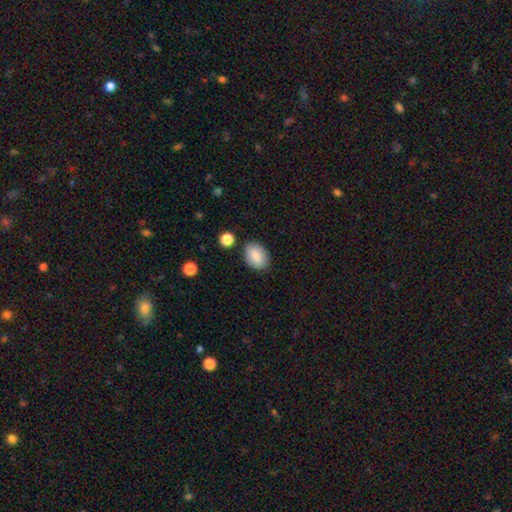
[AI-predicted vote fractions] This appears to be a smooth galaxy with no disk features (85%) that is in between round and cigar-shaped (80%). Merging: none (82%).